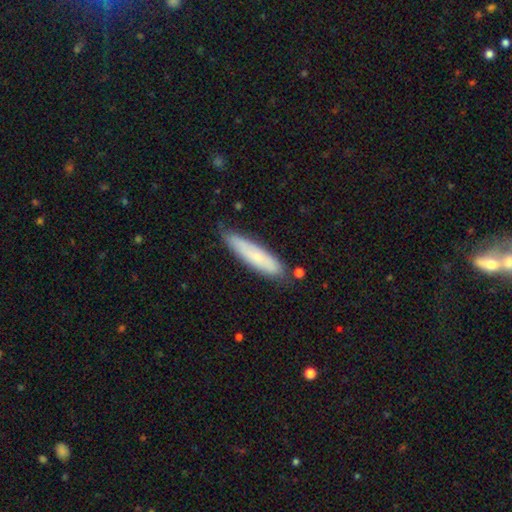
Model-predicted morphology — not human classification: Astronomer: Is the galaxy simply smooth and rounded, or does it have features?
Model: smooth — 64%.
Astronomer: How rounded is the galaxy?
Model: cigar-shaped — 81%.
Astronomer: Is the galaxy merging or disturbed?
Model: none — 76%.